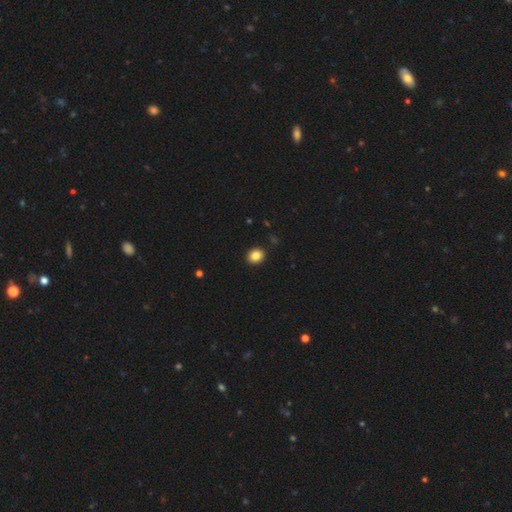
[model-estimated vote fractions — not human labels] A smooth galaxy with no disk features (86%) that is round (62%). Merging: none (91%).